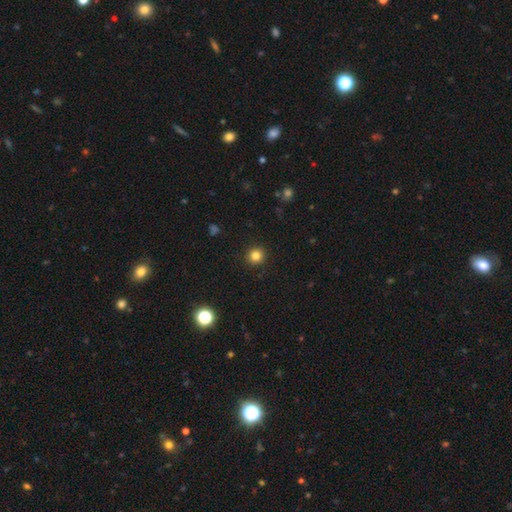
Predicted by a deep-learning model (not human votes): Smooth or featured? Predicted: smooth (p=0.83). How rounded? Predicted: round (p=0.93). Merging? Predicted: none (p=0.92).